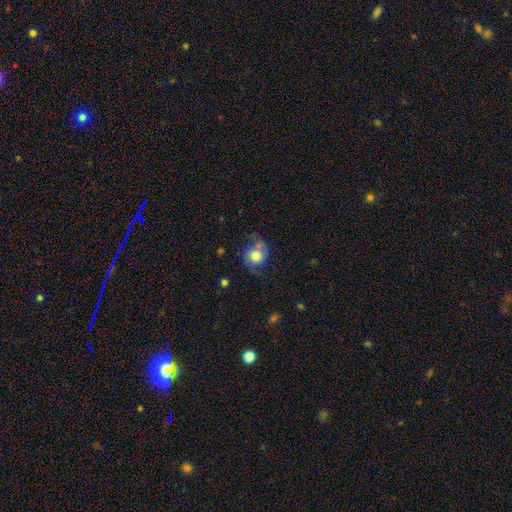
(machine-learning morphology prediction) type=smooth (48%); merging=none (53%).